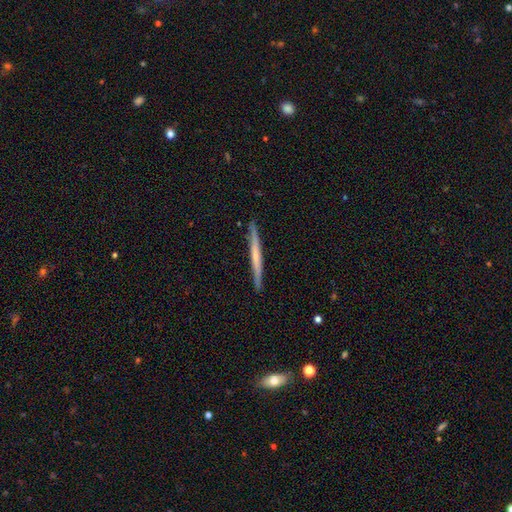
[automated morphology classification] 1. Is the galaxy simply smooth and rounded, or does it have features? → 54% featured or disk, 41% smooth, 5% star or artifact.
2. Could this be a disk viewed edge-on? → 97% yes, 3% no.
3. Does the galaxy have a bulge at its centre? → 68% none, 25% rounded, 7% boxy.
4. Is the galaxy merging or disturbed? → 91% none, 7% minor disturbance, 1% major disturbance, 1% merger.